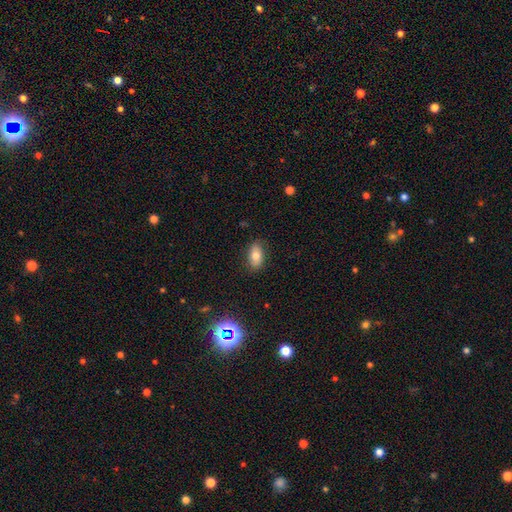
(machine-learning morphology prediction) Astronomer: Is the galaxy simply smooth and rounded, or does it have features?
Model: smooth — 76%.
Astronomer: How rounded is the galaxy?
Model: in between — 89%.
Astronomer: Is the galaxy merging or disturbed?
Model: none — 84%.